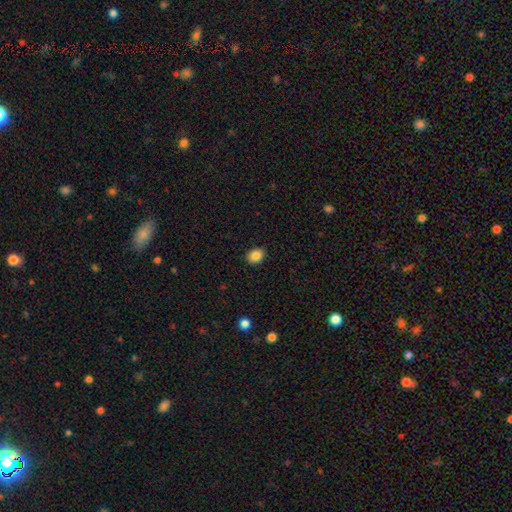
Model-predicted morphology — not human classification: smooth 86%, star or artifact 9%, featured or disk 4%. Down the decision tree: how rounded — in between (54%); merging — none (89%).